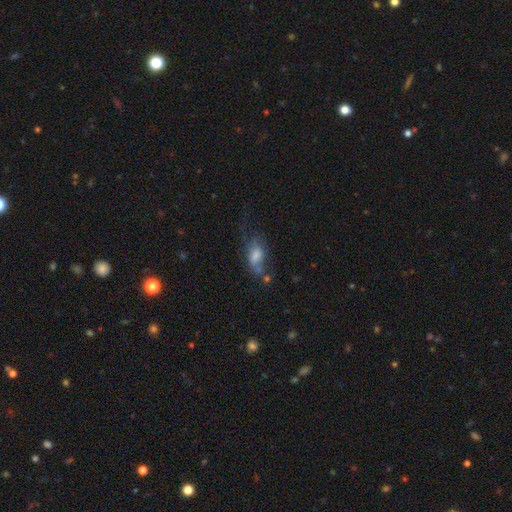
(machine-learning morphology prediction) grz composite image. It shows a smooth galaxy with no disk features (61%) that is in between round and cigar-shaped (84%). Merging: major disturbance (32%).